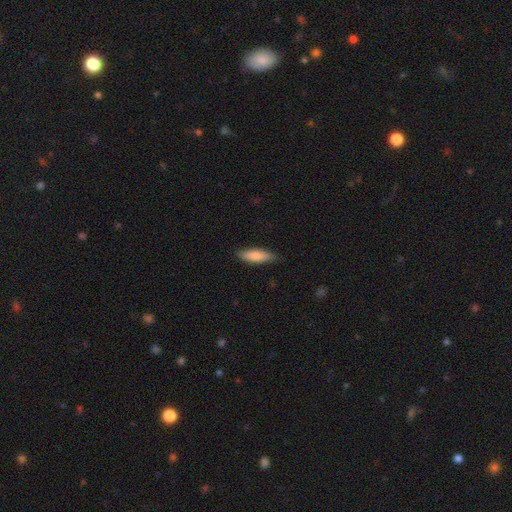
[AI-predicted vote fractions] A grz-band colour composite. It shows a smooth galaxy with no disk features (82%) that is cigar-shaped (51%). Merging: none (84%).